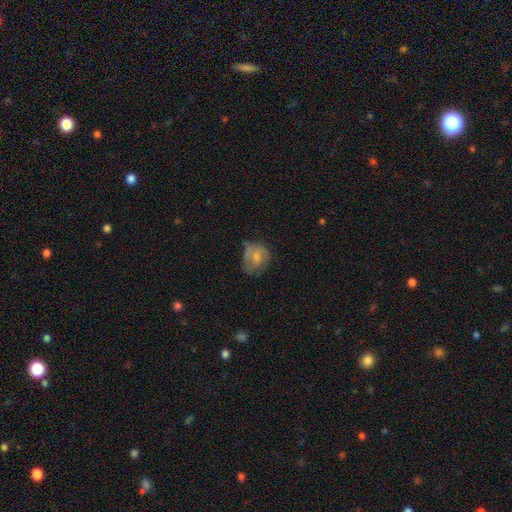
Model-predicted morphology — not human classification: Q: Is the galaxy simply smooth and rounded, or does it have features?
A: smooth — 56%.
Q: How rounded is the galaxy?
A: round — 62%.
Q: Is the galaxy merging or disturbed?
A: none — 44%.